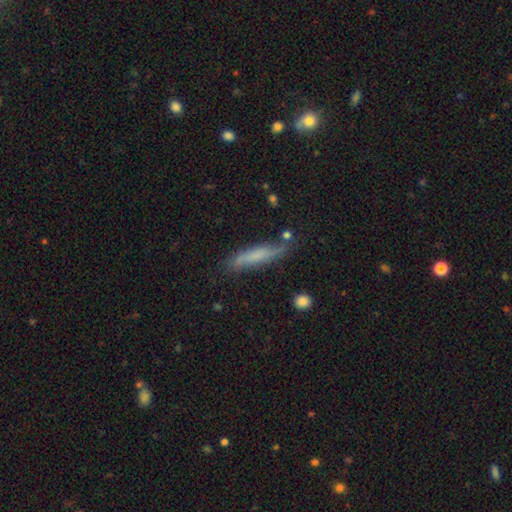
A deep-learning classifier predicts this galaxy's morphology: smooth 63%, featured or disk 30%, star or artifact 8%. Down the decision tree: how rounded — cigar-shaped (88%); merging — none (74%).